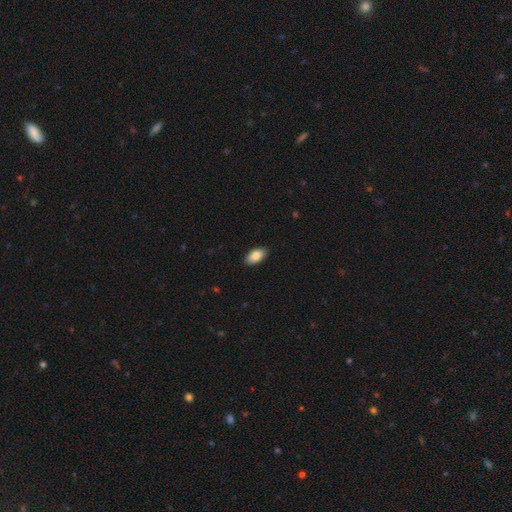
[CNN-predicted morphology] Smooth or featured?
  - smooth: 87% *
  - featured or disk: 7%
  - star or artifact: 6%
How rounded?
  - in between: 94% *
  - round: 3%
  - cigar-shaped: 3%
Merging?
  - none: 90% *
  - minor disturbance: 8%
  - major disturbance: 2%
  - merger: 1%